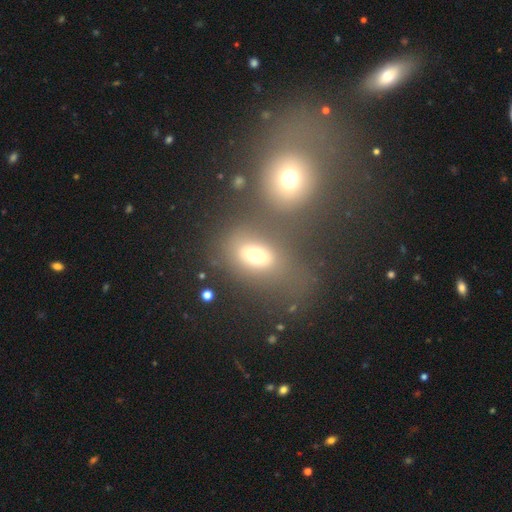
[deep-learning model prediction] Smooth or featured? Predicted: smooth (p=0.67). How rounded? Predicted: in between (p=0.71). Merging? Predicted: none (p=0.50).